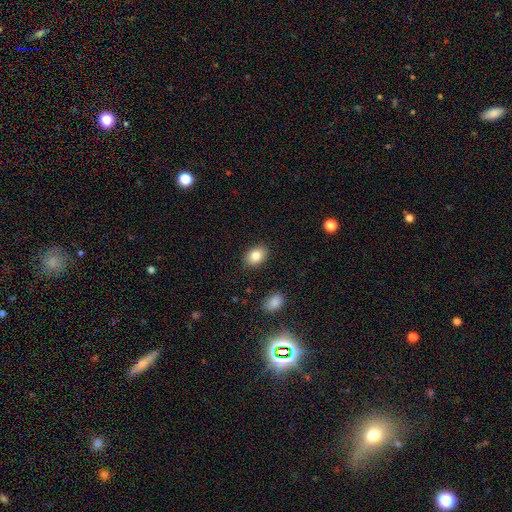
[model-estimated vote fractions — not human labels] smooth 85%, star or artifact 8%, featured or disk 7%. Down the decision tree: how rounded — in between (80%); merging — none (88%).